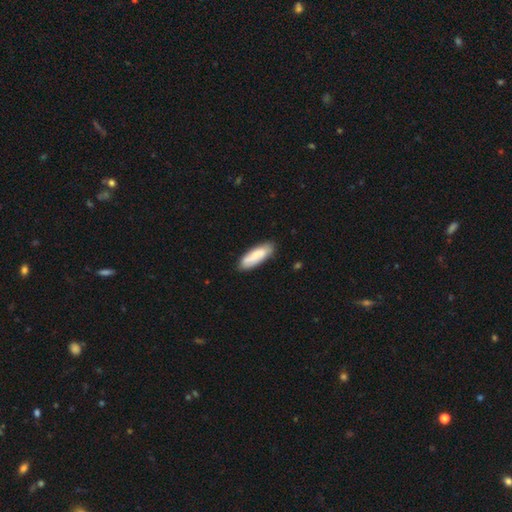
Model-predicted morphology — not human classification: Overall: smooth (76%). How rounded: in between (58%; cigar-shaped 40%). Merging: none (78%).